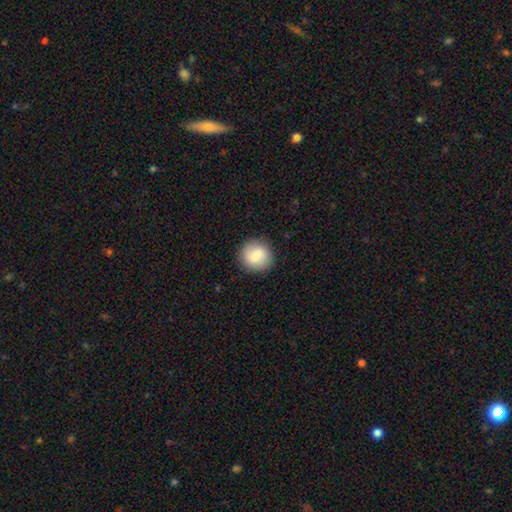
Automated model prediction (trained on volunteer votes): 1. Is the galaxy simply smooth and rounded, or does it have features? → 82% smooth, 11% featured or disk, 7% star or artifact.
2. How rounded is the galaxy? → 90% round, 9% in between, 1% cigar-shaped.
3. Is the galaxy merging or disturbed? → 88% none, 8% minor disturbance, 2% major disturbance, 1% merger.